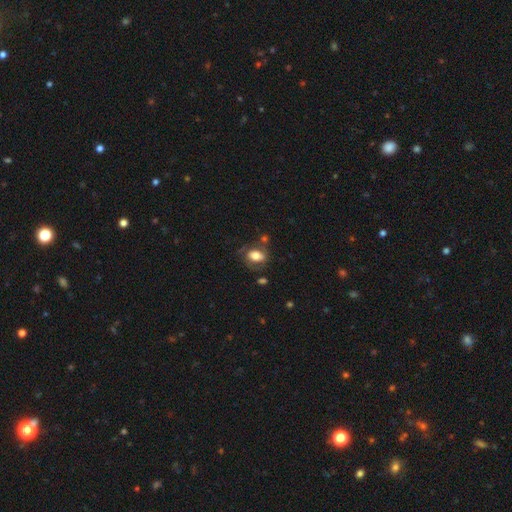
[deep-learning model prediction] Morphology: type=smooth (68%); roundness=in between (79%); merging=none (56%).